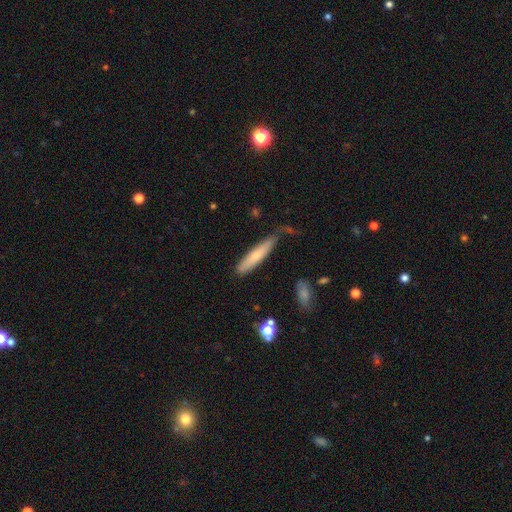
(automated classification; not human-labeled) Q: Smooth or featured?
A: smooth (67%); runner-up: featured or disk (27%)
Q: How rounded?
A: cigar-shaped (87%); runner-up: in between (11%)
Q: Merging?
A: none (64%); runner-up: minor disturbance (25%)